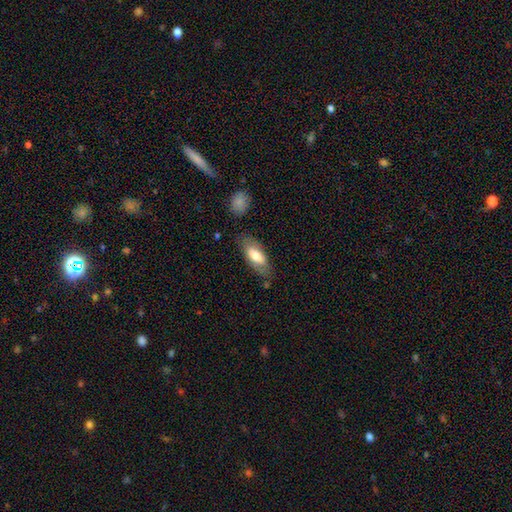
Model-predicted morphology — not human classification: A smooth galaxy with no disk features (67%) that is in between round and cigar-shaped (82%). Merging: none (74%).